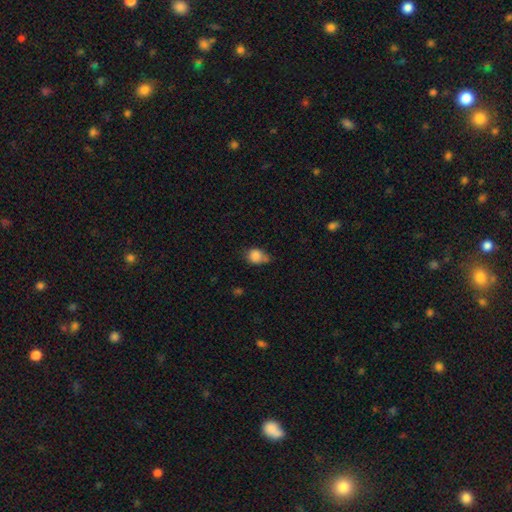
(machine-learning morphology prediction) Overall: smooth (82%). How rounded: round (52%; in between 46%). Merging: minor disturbance (41%; none 40%).